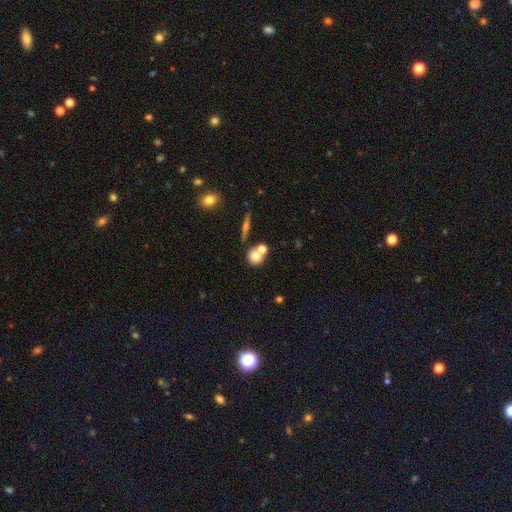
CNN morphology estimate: This appears to be a smooth galaxy with no disk features (71%) that is round (84%). Merging: none (51%).